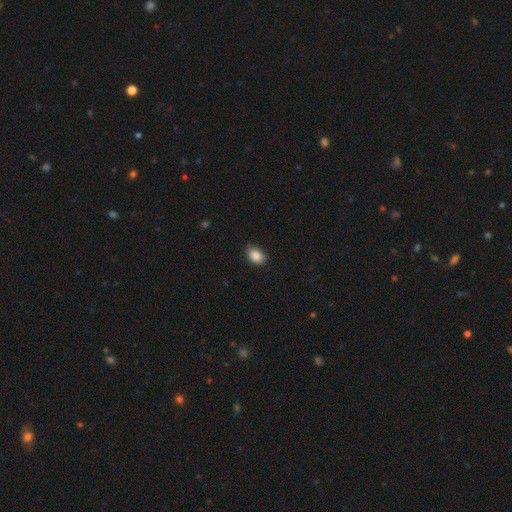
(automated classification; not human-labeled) A smooth galaxy with no disk features (87%) that is in between round and cigar-shaped (70%). Merging: none (72%).